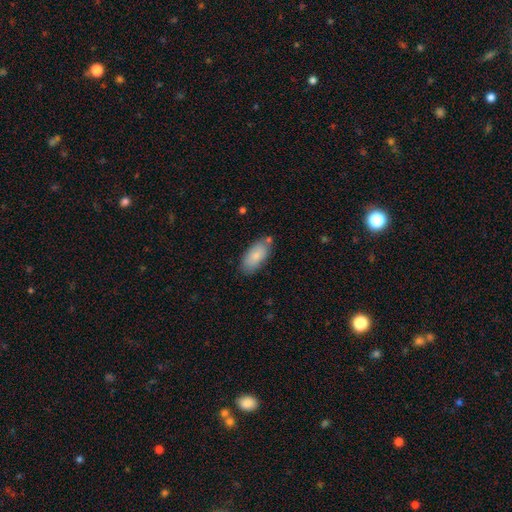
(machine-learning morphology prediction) This is clearly a smooth galaxy (83%). How rounded: clearly in between (90%). Merging: likely none (73%).